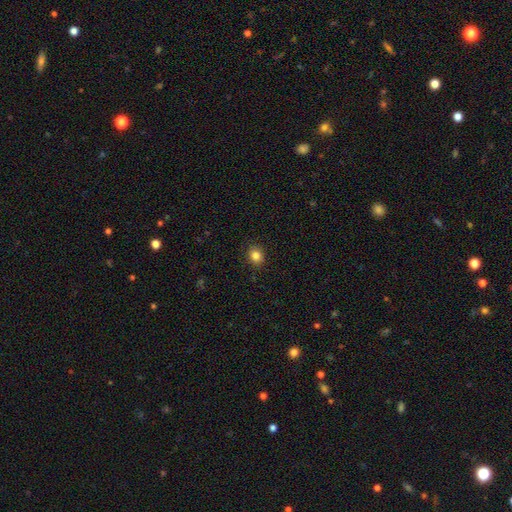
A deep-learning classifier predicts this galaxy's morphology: Smooth or featured: smooth — 84% (star or artifact — 11%)
How rounded: round — 68% (in between — 32%)
Merging: none — 90% (minor disturbance — 7%)